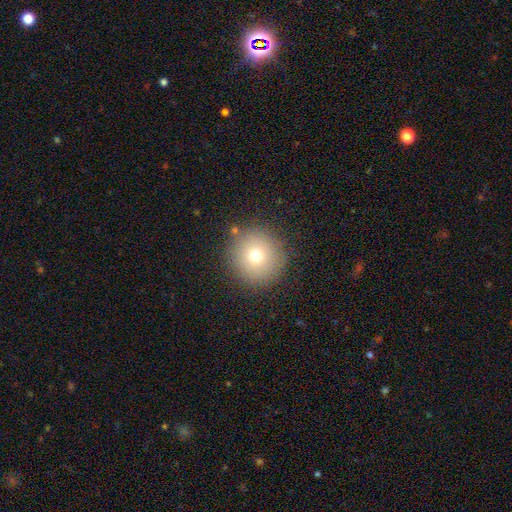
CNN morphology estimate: The model was most divided on "smooth or featured": smooth: 71%, star or artifact: 16%, featured or disk: 13%. More confident: how rounded — round (96%); merging — none (88%).